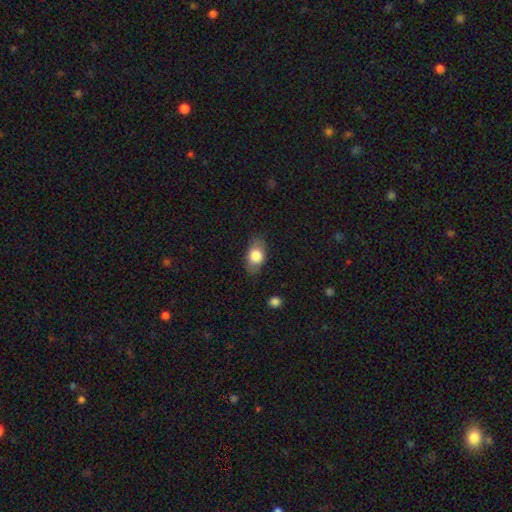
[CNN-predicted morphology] Smooth or featured? smooth (76%)
How rounded? in between (86%)
Merging? none (79%)